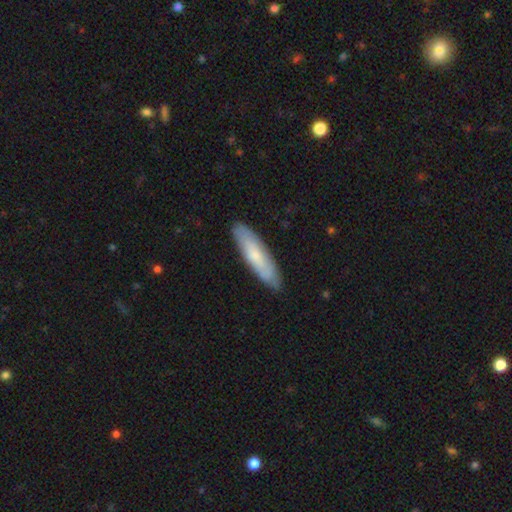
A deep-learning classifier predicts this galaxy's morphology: Q: Smooth or featured?
A: smooth (64%); runner-up: featured or disk (31%)
Q: How rounded?
A: cigar-shaped (71%); runner-up: in between (28%)
Q: Merging?
A: none (85%); runner-up: minor disturbance (12%)